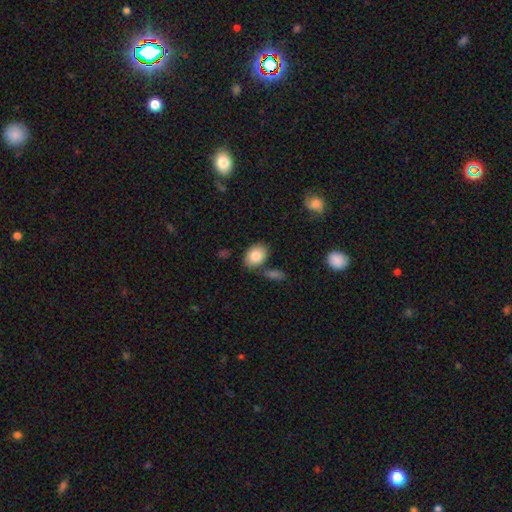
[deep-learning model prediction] Overall: smooth (82%). How rounded: in between (76%). Merging: none (75%).